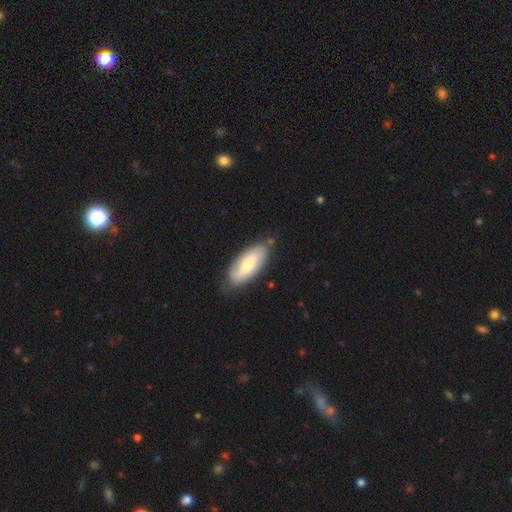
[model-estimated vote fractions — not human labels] This is possibly a smooth galaxy (59%). How rounded: clearly in between (84%). Merging: likely none (76%).